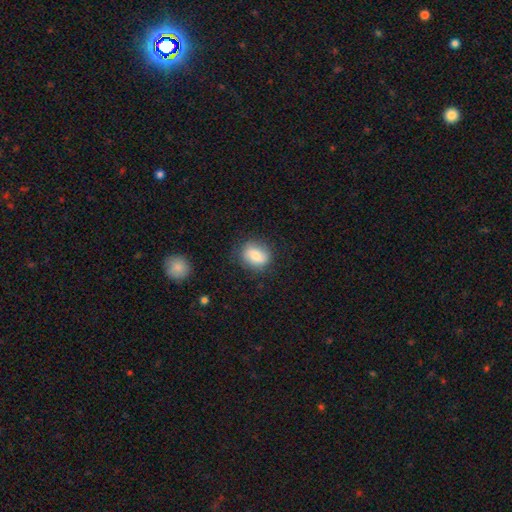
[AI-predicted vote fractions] Smooth or featured? Predicted: smooth (p=0.76). How rounded? Predicted: round (p=0.55). Merging? Predicted: none (p=0.78).